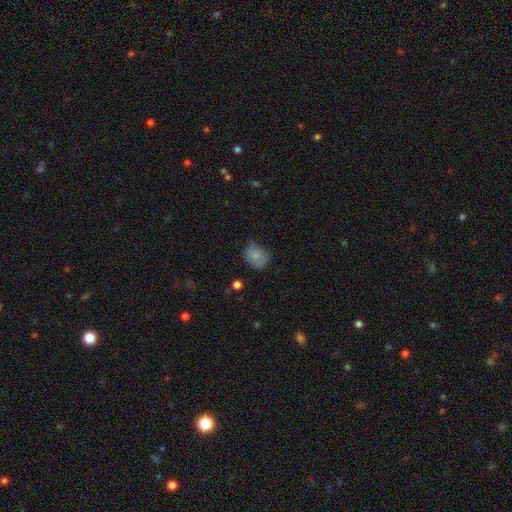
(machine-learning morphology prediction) The model was most divided on "how rounded": round: 57%, in between: 42%, cigar-shaped: 1%. More confident: smooth or featured — smooth (76%); merging — none (55%).